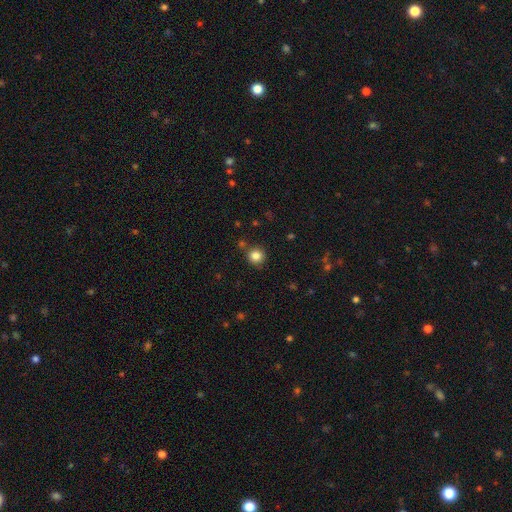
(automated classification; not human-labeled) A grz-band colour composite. It shows a smooth galaxy with no disk features (83%) that is round (92%). Merging: none (84%).